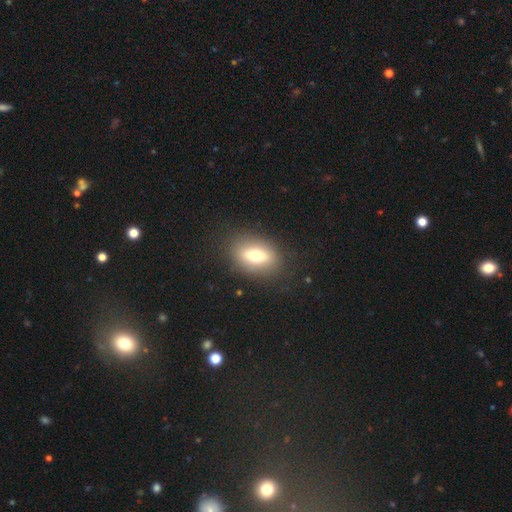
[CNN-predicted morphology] smooth-or-featured: smooth: 66% | featured or disk: 24% | star or artifact: 10%
  how-rounded: in between: 77% | round: 18% | cigar-shaped: 5%
  merging: none: 84% | minor disturbance: 10% | major disturbance: 5% | merger: 1%